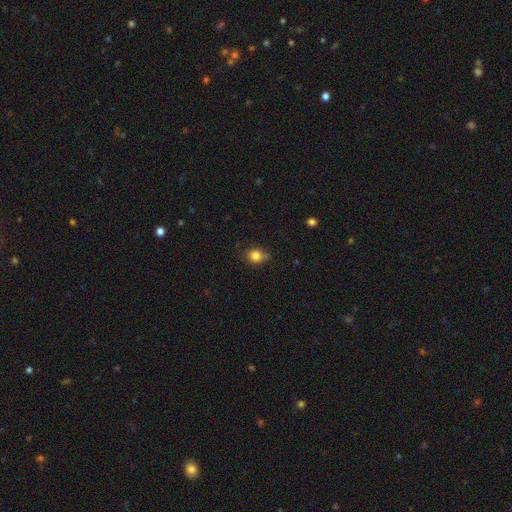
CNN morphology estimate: smooth 82%, star or artifact 11%, featured or disk 7%. Down the decision tree: how rounded — round (69%); merging — none (66%).